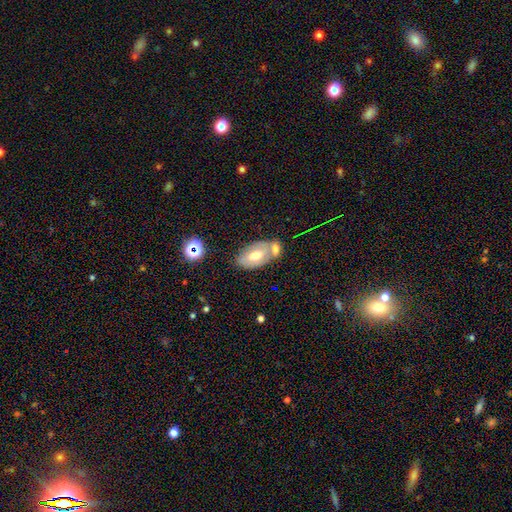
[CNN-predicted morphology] A smooth galaxy with no disk features (48%).

Vote fractions:
- Smooth or featured? smooth: 48% / featured or disk: 44% / star or artifact: 9%
- Merging? none: 46% / merger: 34% / minor disturbance: 15% / major disturbance: 5%